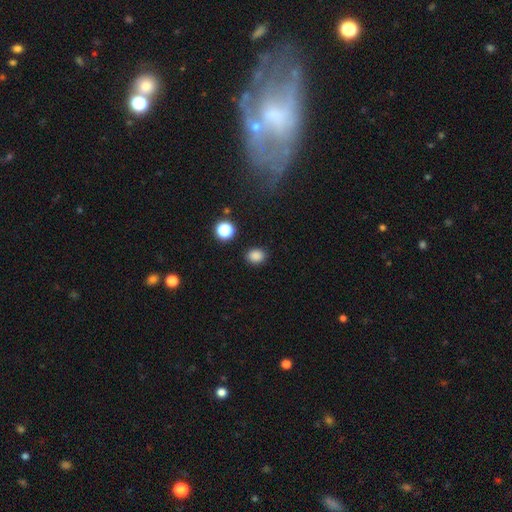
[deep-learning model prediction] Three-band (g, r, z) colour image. It shows a smooth galaxy with no disk features (84%) that is round (52%). Merging: none (87%).